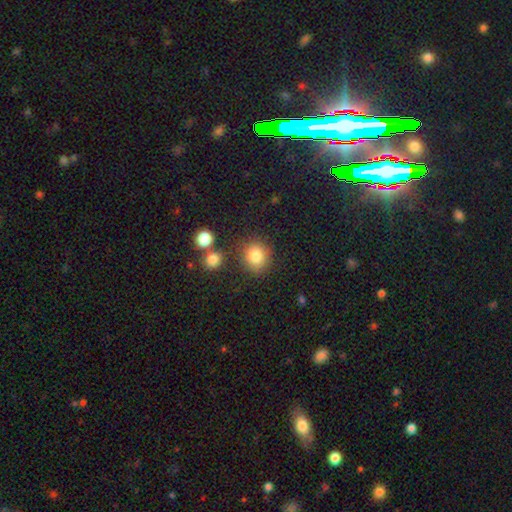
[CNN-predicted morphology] smooth-or-featured: smooth: 83% | star or artifact: 11% | featured or disk: 6%
  how-rounded: round: 81% | in between: 18% | cigar-shaped: 1%
  merging: none: 80% | minor disturbance: 10% | merger: 6% | major disturbance: 4%